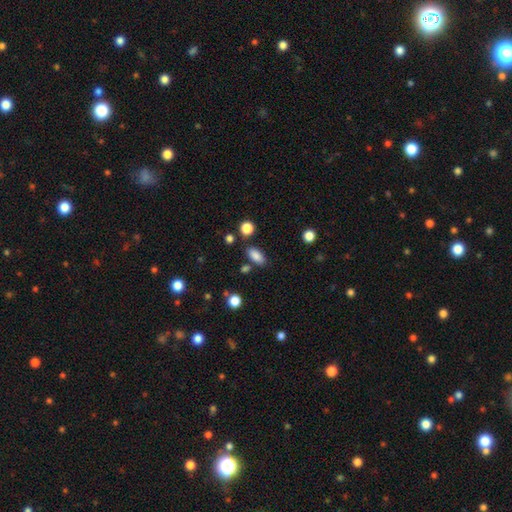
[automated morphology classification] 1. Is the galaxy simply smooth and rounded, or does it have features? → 85% smooth, 9% star or artifact, 6% featured or disk.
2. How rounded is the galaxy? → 87% in between, 8% cigar-shaped, 5% round.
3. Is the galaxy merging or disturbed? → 79% none, 12% minor disturbance, 6% merger, 3% major disturbance.